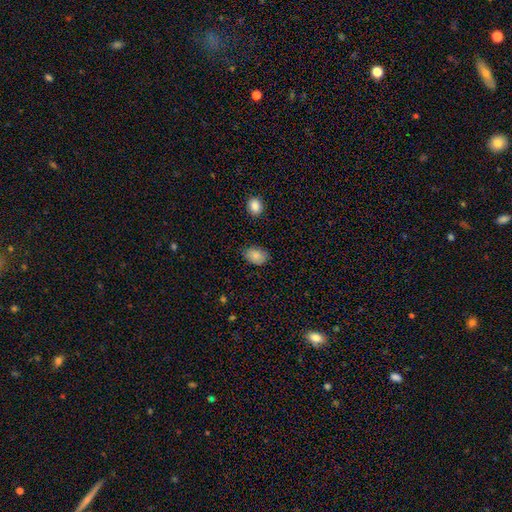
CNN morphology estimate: type=smooth (86%); roundness=in between (79%); merging=none (81%).